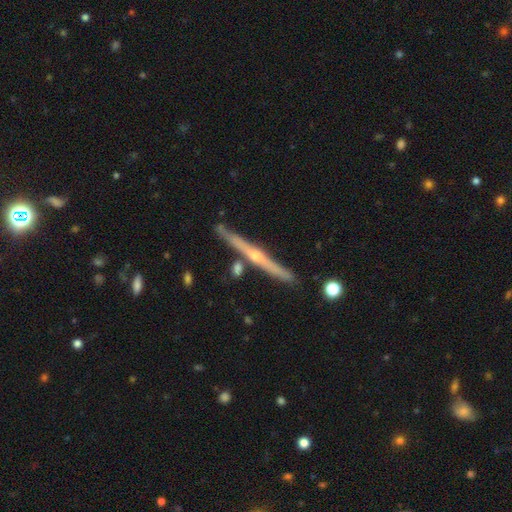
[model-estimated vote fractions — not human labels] Q: Smooth or featured?
A: featured or disk (79%); runner-up: smooth (15%)
Q: Edge-on disk?
A: yes (98%); runner-up: no (2%)
Q: Edge-on bulge?
A: rounded (79%); runner-up: none (17%)
Q: Merging?
A: none (86%); runner-up: minor disturbance (8%)